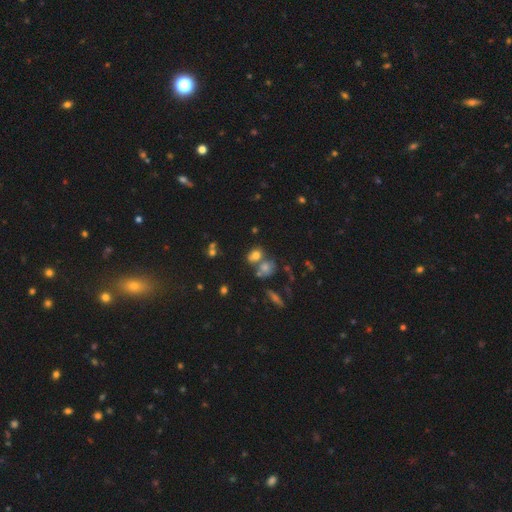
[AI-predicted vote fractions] Smooth or featured? Predicted: smooth (p=0.71). How rounded? Predicted: round (p=0.50). Merging? Predicted: none (p=0.48).